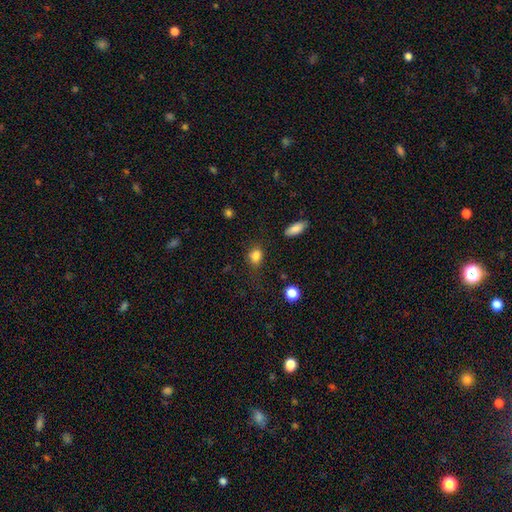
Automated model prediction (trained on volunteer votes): A smooth galaxy with no disk features (83%) that is in between round and cigar-shaped (56%).

Vote fractions:
- Smooth or featured? smooth: 83% / star or artifact: 11% / featured or disk: 6%
- How rounded? in between: 56% / round: 42% / cigar-shaped: 2%
- Merging? none: 65% / minor disturbance: 22% / major disturbance: 9% / merger: 4%